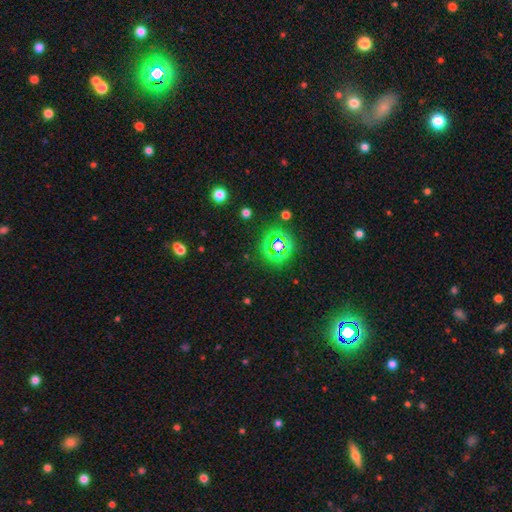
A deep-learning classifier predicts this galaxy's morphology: star or artifact 61%, smooth 29%, featured or disk 10%.